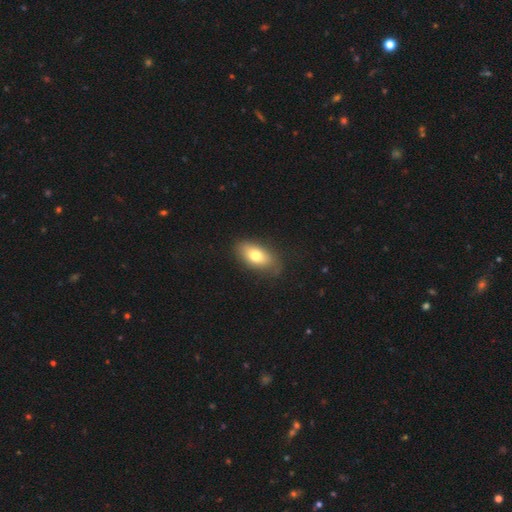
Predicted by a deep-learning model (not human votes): Smooth or featured? Predicted: smooth (p=0.74). How rounded? Predicted: in between (p=0.89). Merging? Predicted: none (p=0.78).